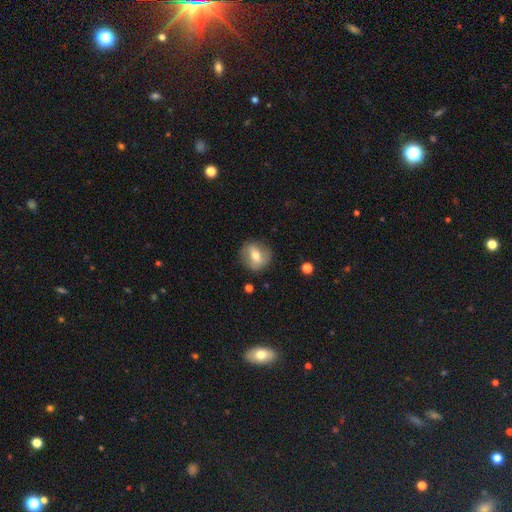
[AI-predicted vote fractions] Smooth or featured: smooth — 54% (featured or disk — 38%)
How rounded: round — 79% (in between — 20%)
Merging: none — 80% (minor disturbance — 14%)